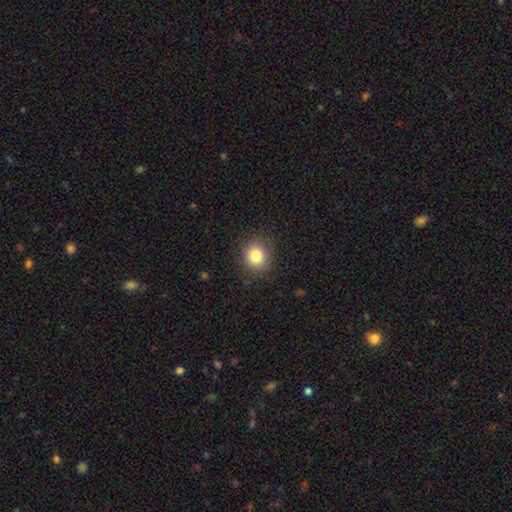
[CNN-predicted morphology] Overall: smooth (82%). How rounded: round (84%). Merging: none (85%).